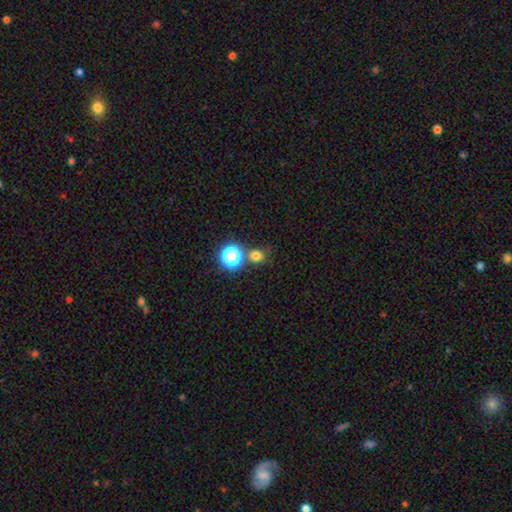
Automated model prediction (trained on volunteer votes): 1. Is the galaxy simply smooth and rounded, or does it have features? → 72% smooth, 22% star or artifact, 6% featured or disk.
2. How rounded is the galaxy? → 82% round, 17% in between, 1% cigar-shaped.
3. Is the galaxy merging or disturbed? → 73% none, 14% merger, 9% minor disturbance, 3% major disturbance.